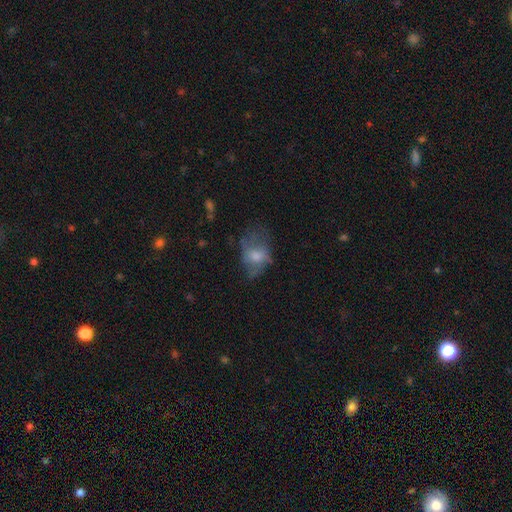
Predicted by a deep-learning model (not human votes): The model was most divided on "merging": none: 36%, major disturbance: 34%, minor disturbance: 27%, merger: 2%. More confident: how rounded — in between (72%); smooth or featured — smooth (56%).